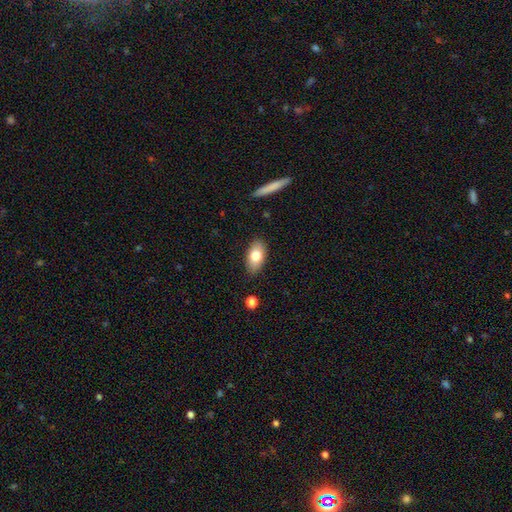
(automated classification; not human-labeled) smooth-or-featured: smooth: 77% | featured or disk: 16% | star or artifact: 7%
  how-rounded: in between: 92% | round: 5% | cigar-shaped: 4%
  merging: none: 86% | minor disturbance: 10% | major disturbance: 2% | merger: 1%